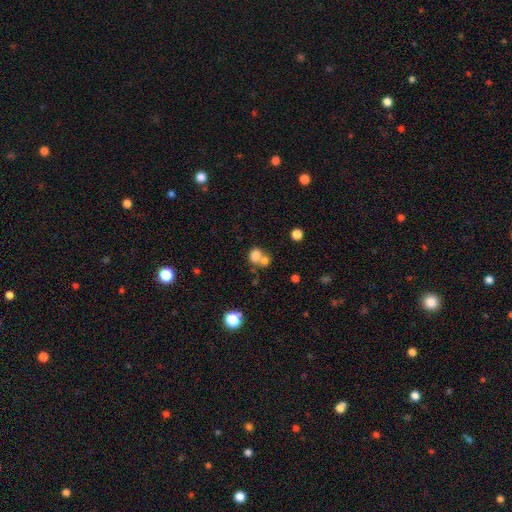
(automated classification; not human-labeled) Smooth or featured: smooth — 77% (star or artifact — 13%)
How rounded: round — 59% (in between — 40%)
Merging: merger — 51% (none — 36%)